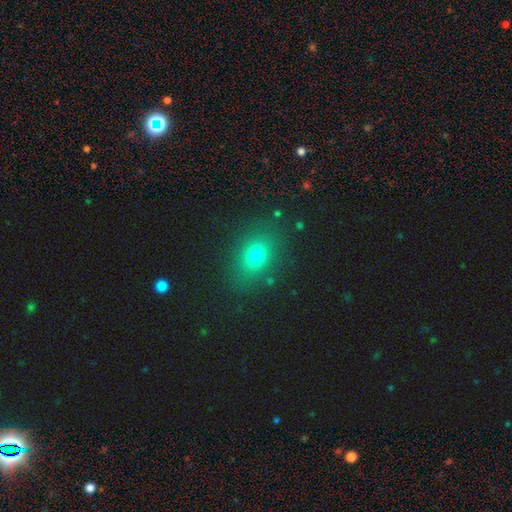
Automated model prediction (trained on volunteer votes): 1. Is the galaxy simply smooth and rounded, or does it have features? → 73% smooth, 17% star or artifact, 11% featured or disk.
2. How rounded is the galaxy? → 64% in between, 34% round, 2% cigar-shaped.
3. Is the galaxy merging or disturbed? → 84% none, 10% minor disturbance, 4% major disturbance, 2% merger.